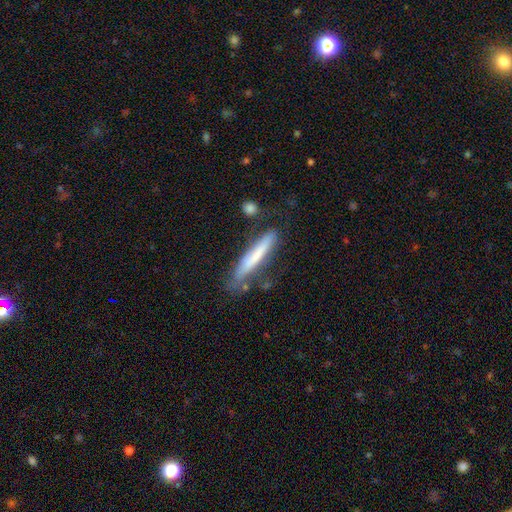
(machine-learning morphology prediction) smooth_or_featured: smooth (p=0.54) [alt: featured or disk p=0.36]
how_rounded: cigar-shaped (p=0.91) [alt: in between p=0.07]
merging: none (p=0.71) [alt: minor disturbance p=0.19]